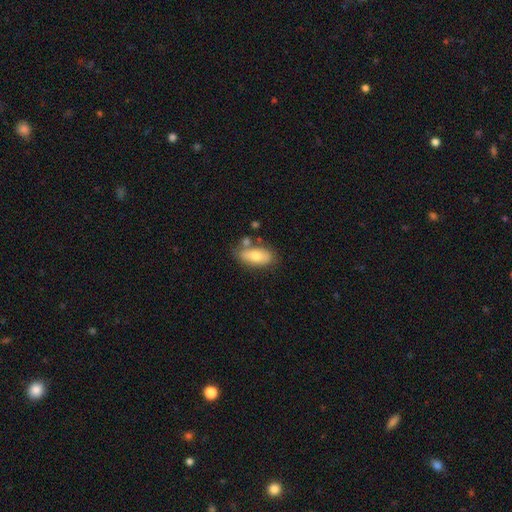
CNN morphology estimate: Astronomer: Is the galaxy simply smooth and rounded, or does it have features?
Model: smooth — 69%.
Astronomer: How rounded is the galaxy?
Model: in between — 88%.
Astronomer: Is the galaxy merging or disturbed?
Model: none — 64%.